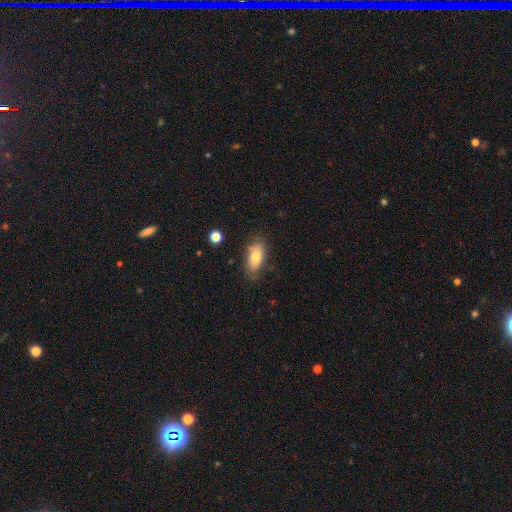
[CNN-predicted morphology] smooth-or-featured: smooth: 76% | featured or disk: 16% | star or artifact: 8%
  how-rounded: in between: 87% | cigar-shaped: 9% | round: 4%
  merging: none: 74% | minor disturbance: 19% | major disturbance: 5% | merger: 3%